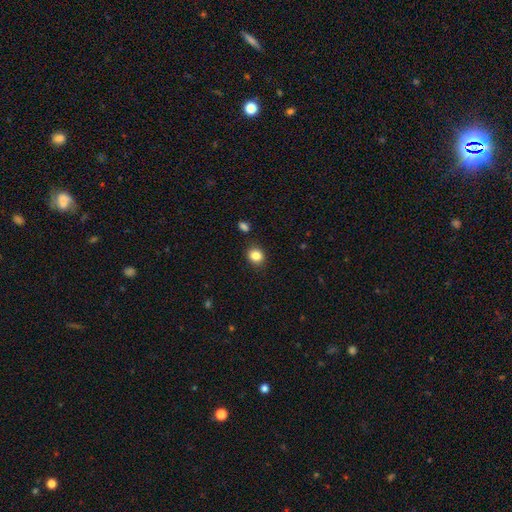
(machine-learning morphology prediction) Q: Smooth or featured?
A: smooth (85%); runner-up: star or artifact (10%)
Q: How rounded?
A: round (73%); runner-up: in between (26%)
Q: Merging?
A: none (85%); runner-up: minor disturbance (9%)